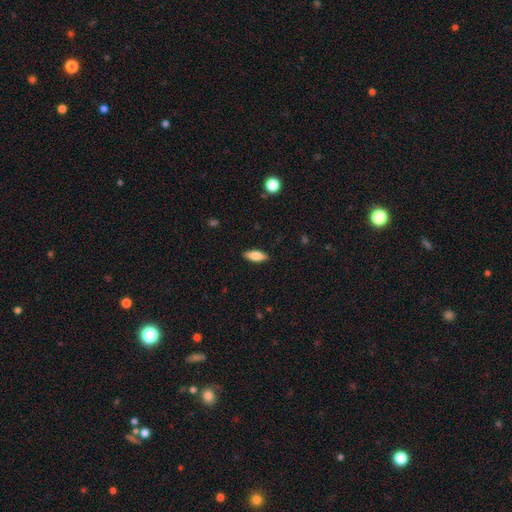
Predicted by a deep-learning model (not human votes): Smooth or featured?
  - smooth: 78% *
  - featured or disk: 15%
  - star or artifact: 7%
How rounded?
  - in between: 70% *
  - cigar-shaped: 27%
  - round: 2%
Merging?
  - none: 89% *
  - minor disturbance: 8%
  - major disturbance: 2%
  - merger: 1%